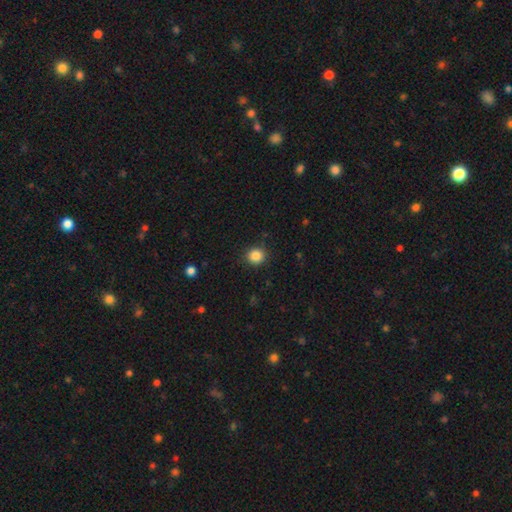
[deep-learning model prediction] Smooth or featured?
  - smooth: 86% *
  - star or artifact: 11%
  - featured or disk: 4%
How rounded?
  - round: 87% *
  - in between: 12%
  - cigar-shaped: 1%
Merging?
  - none: 88% *
  - minor disturbance: 9%
  - major disturbance: 3%
  - merger: 1%